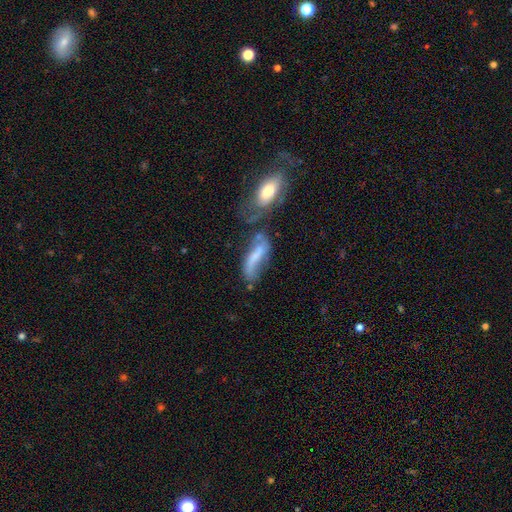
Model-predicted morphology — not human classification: smooth_or_featured: featured or disk (p=0.46) [alt: smooth p=0.44]
merging: none (p=0.29) [alt: merger p=0.27]